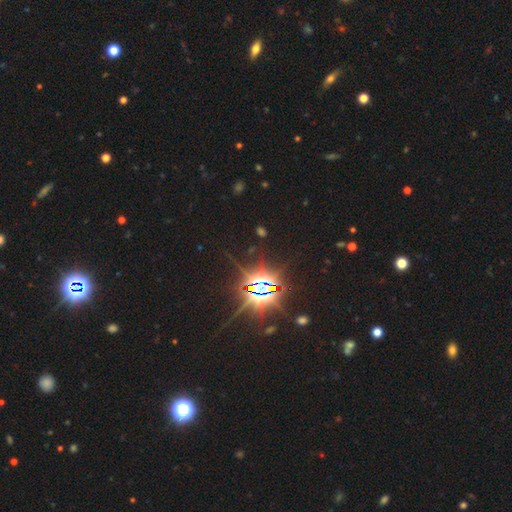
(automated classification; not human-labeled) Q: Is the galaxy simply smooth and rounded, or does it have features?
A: star or artifact — 85%.